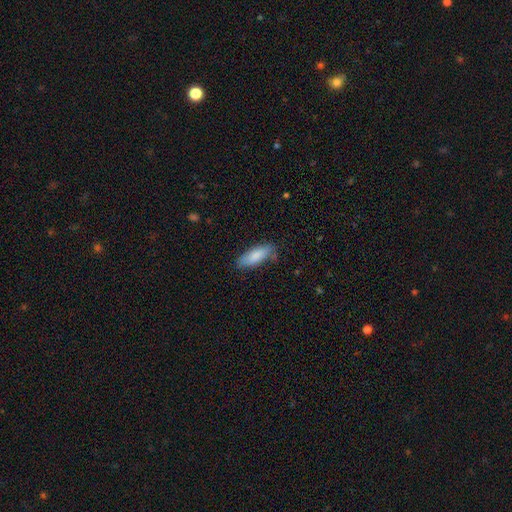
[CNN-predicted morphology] Smooth or featured?
  - smooth: 84% *
  - featured or disk: 10%
  - star or artifact: 6%
How rounded?
  - in between: 66% *
  - cigar-shaped: 33%
  - round: 2%
Merging?
  - none: 80% *
  - minor disturbance: 16%
  - major disturbance: 3%
  - merger: 2%